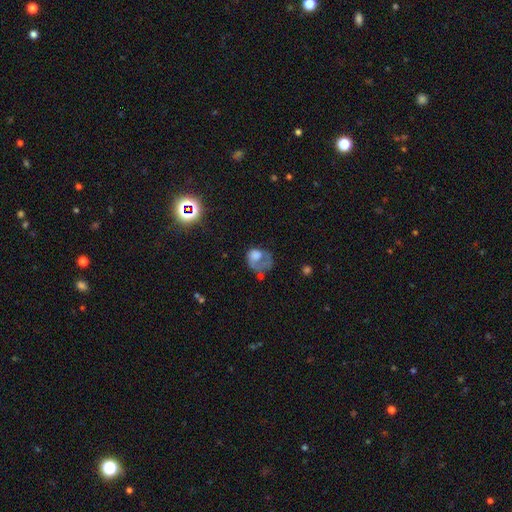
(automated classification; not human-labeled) Smooth or featured? smooth (50%)
Merging? major disturbance (48%)